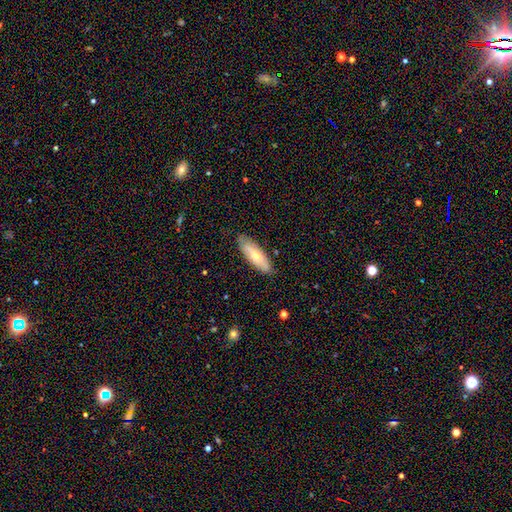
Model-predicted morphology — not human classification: A smooth galaxy with no disk features (57%) that is in between round and cigar-shaped (61%). Merging: none (83%).